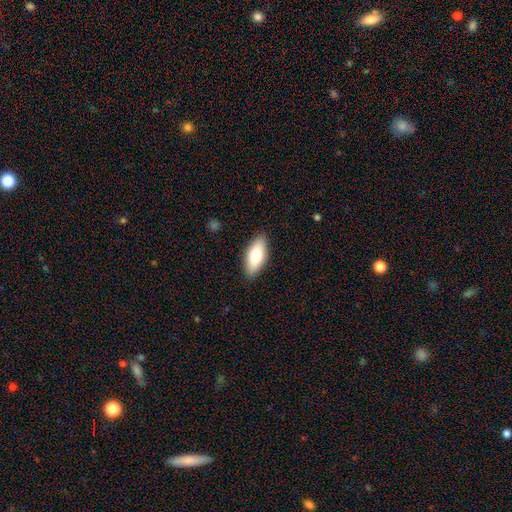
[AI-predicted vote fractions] smooth 74%, featured or disk 20%, star or artifact 6%. Down the decision tree: how rounded — in between (84%); merging — none (88%).